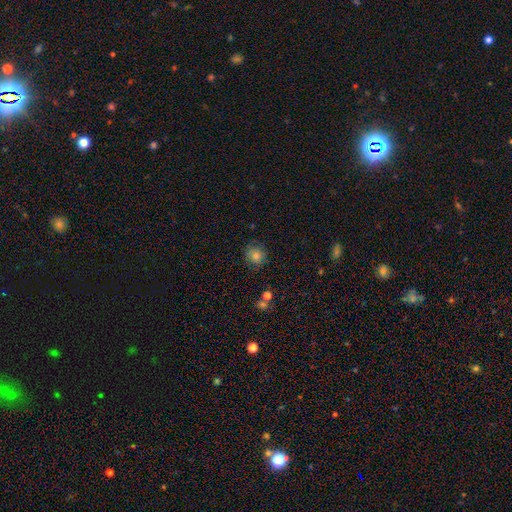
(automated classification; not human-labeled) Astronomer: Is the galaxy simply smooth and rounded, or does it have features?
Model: smooth — 75%.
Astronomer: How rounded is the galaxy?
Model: round — 87%.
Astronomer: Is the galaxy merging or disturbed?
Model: none — 80%.